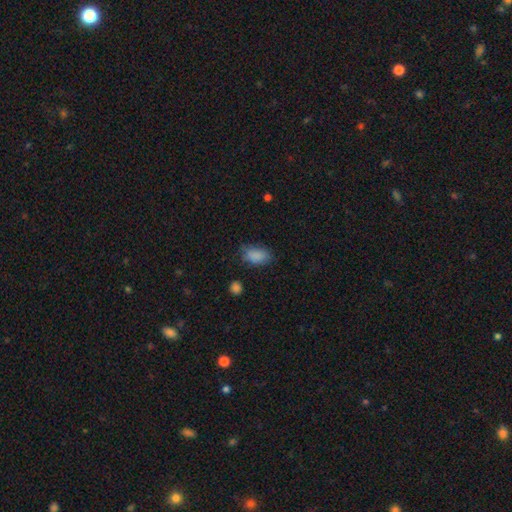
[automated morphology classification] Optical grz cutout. It shows a smooth galaxy with no disk features (85%) that is in between round and cigar-shaped (90%). Merging: none (69%).